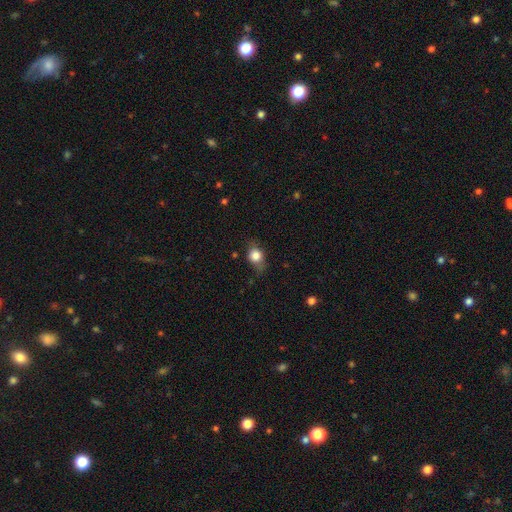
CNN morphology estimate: This appears to be a smooth galaxy with no disk features (77%) that is round (50%). Merging: none (66%).